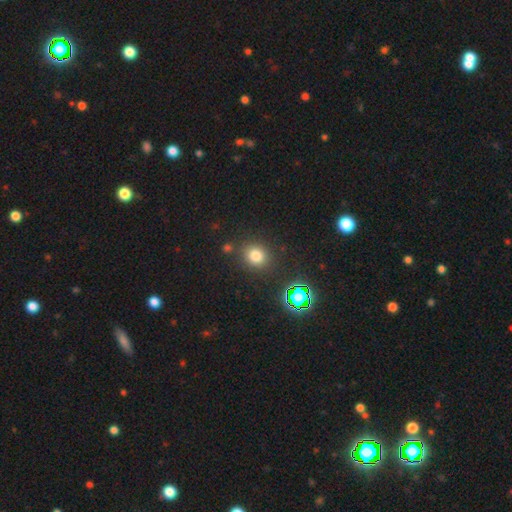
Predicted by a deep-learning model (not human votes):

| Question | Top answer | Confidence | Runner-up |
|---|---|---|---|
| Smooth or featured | smooth | 76% | star or artifact (18%) |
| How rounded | round | 75% | in between (24%) |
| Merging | none | 83% | minor disturbance (9%) |